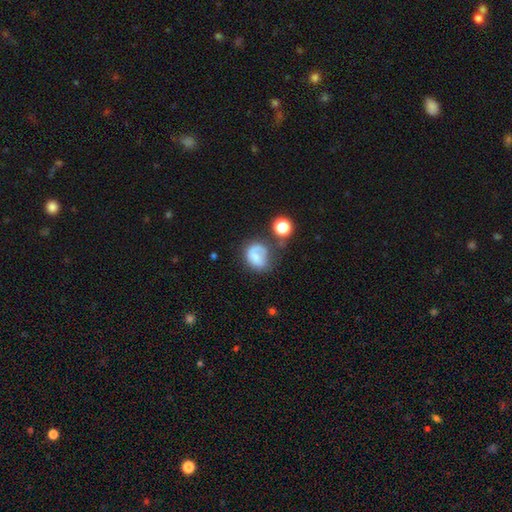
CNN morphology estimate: Smooth or featured? Predicted: smooth (p=0.62). How rounded? Predicted: round (p=0.57). Merging? Predicted: none (p=0.37).